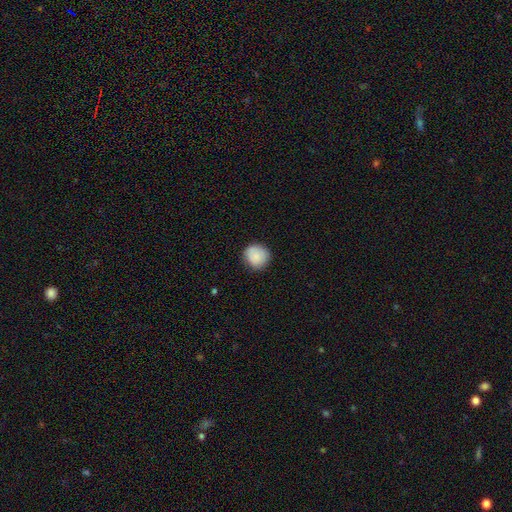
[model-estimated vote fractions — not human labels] The model was most divided on "merging": none: 84%, minor disturbance: 13%, major disturbance: 3%, merger: 1%. More confident: how rounded — round (90%); smooth or featured — smooth (88%).